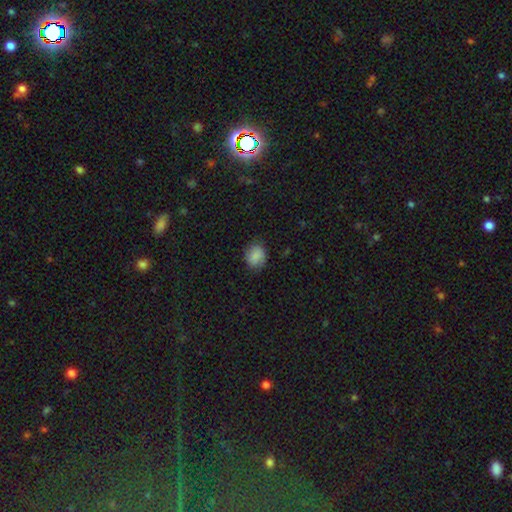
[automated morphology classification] smooth_or_featured: smooth (p=0.83) [alt: featured or disk p=0.08]
how_rounded: round (p=0.55) [alt: in between p=0.44]
merging: none (p=0.78) [alt: minor disturbance p=0.16]